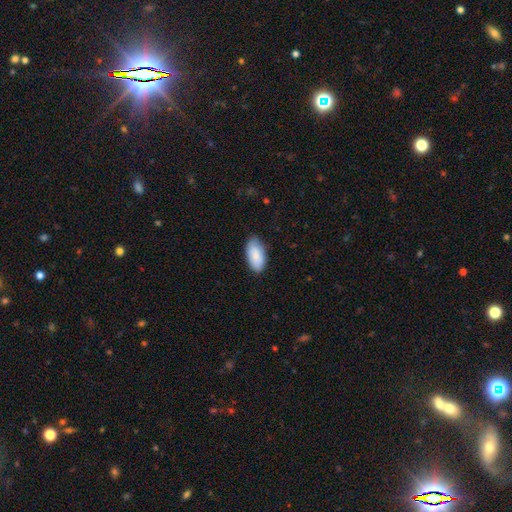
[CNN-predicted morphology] Q: Smooth or featured?
A: smooth (82%); runner-up: featured or disk (12%)
Q: How rounded?
A: in between (95%); runner-up: cigar-shaped (3%)
Q: Merging?
A: none (78%); runner-up: minor disturbance (18%)